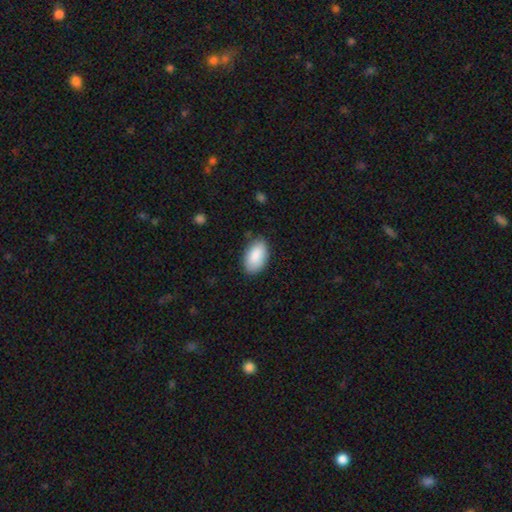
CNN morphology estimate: A smooth galaxy with no disk features (89%) that is in between round and cigar-shaped (95%). Merging: none (83%).